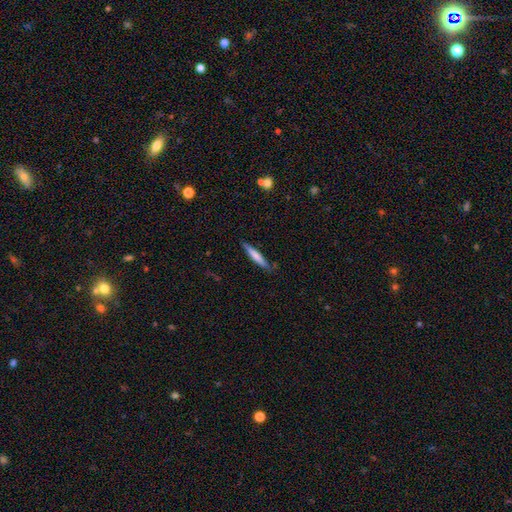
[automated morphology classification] This is likely a smooth galaxy (70%). How rounded: clearly cigar-shaped (92%). Merging: clearly none (82%).